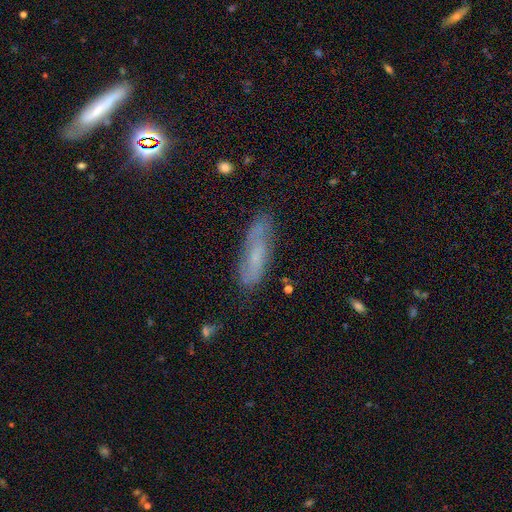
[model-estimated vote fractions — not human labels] A featured or disk galaxy (46%). Merging: none (73%).